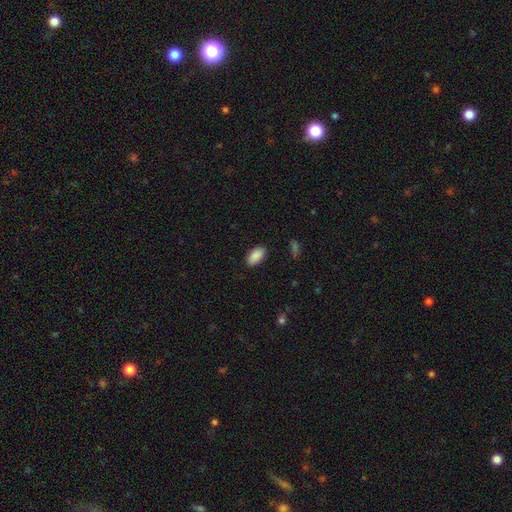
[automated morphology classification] A smooth galaxy with no disk features (90%) that is in between round and cigar-shaped (94%). Merging: none (87%).